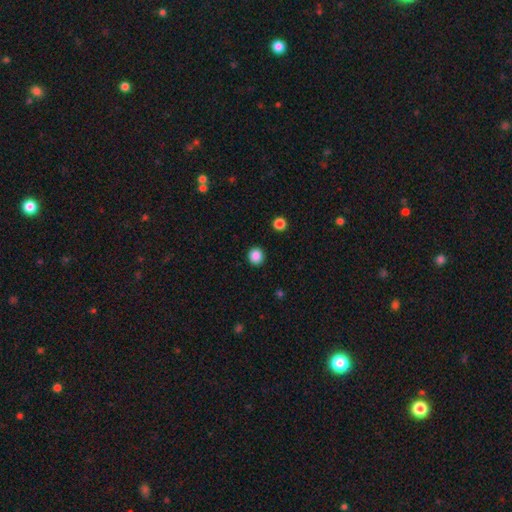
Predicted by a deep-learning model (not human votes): The model was most divided on "smooth or featured": smooth: 87%, star or artifact: 10%, featured or disk: 2%. More confident: merging — none (92%); how rounded — round (91%).